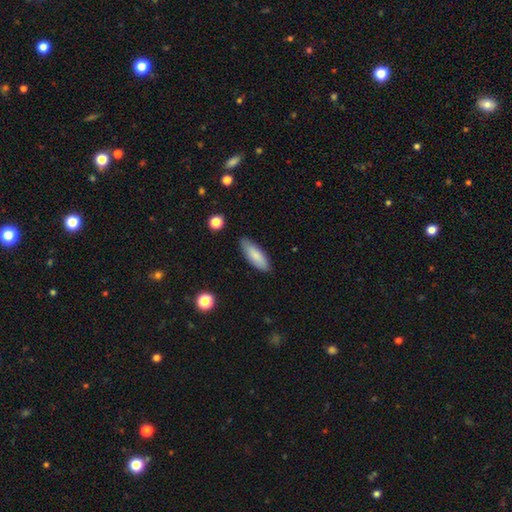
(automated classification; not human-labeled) Overall: smooth (83%). How rounded: in between (59%; cigar-shaped 39%). Merging: none (85%).